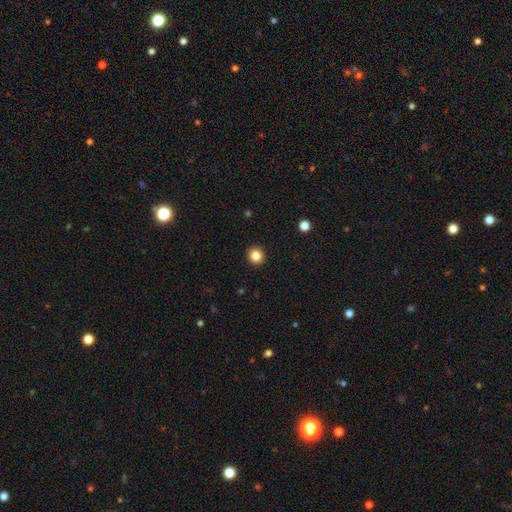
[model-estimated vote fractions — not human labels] Smooth or featured? smooth (85%)
How rounded? round (90%)
Merging? none (93%)